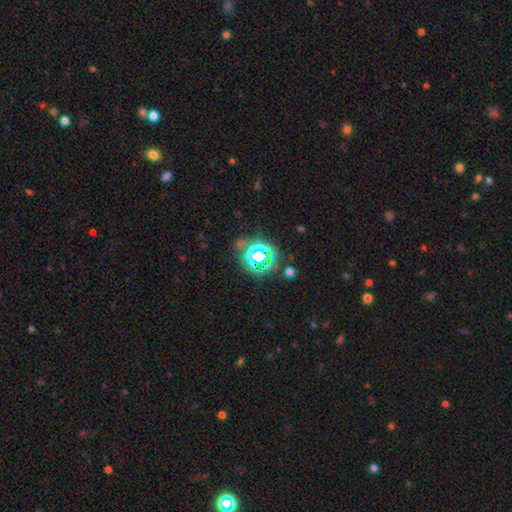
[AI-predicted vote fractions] This is likely a star or artifact rather than a galaxy (72%).